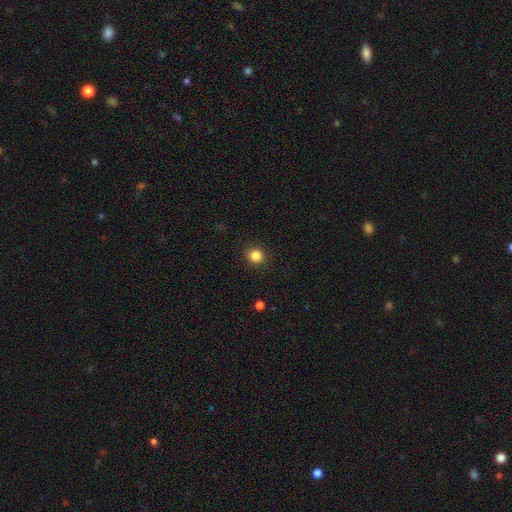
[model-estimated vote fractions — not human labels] Morphology: type=smooth (84%); roundness=round (89%); merging=none (91%).